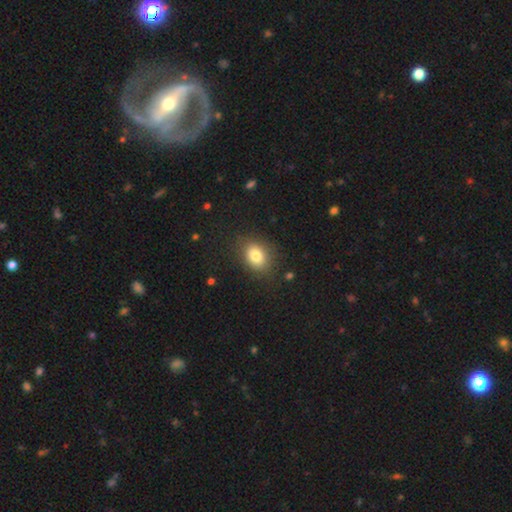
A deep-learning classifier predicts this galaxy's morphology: Smooth or featured? Predicted: smooth (p=0.81). How rounded? Predicted: in between (p=0.67). Merging? Predicted: none (p=0.81).